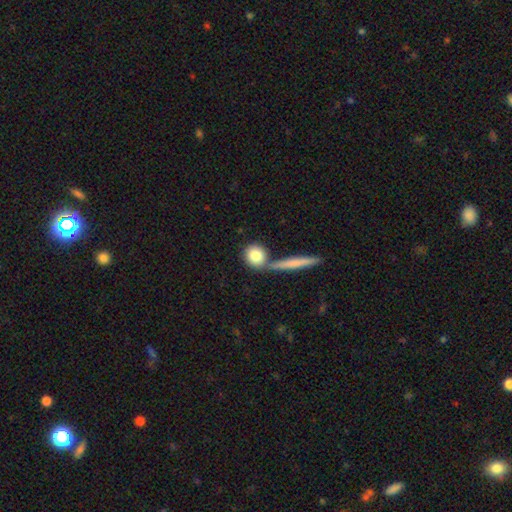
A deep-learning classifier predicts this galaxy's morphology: Smooth or featured? smooth (81%)
How rounded? round (83%)
Merging? none (67%)